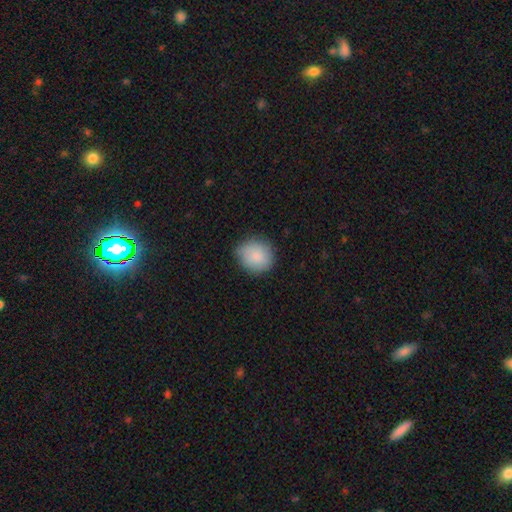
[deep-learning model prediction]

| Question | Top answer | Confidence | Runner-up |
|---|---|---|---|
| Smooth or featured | smooth | 87% | featured or disk (7%) |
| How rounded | round | 84% | in between (15%) |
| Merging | none | 81% | minor disturbance (15%) |